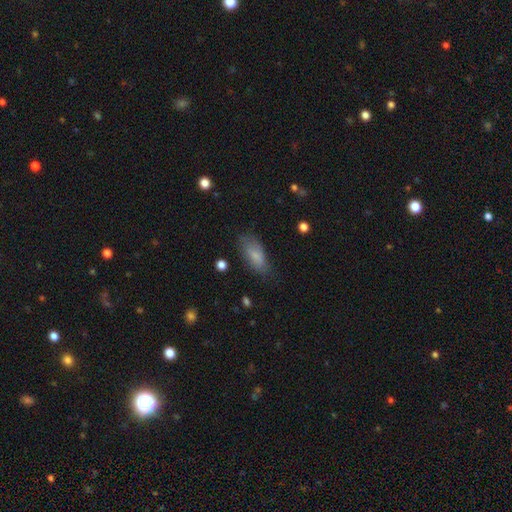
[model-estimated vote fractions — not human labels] Smooth or featured? smooth (75%)
How rounded? in between (83%)
Merging? none (69%)